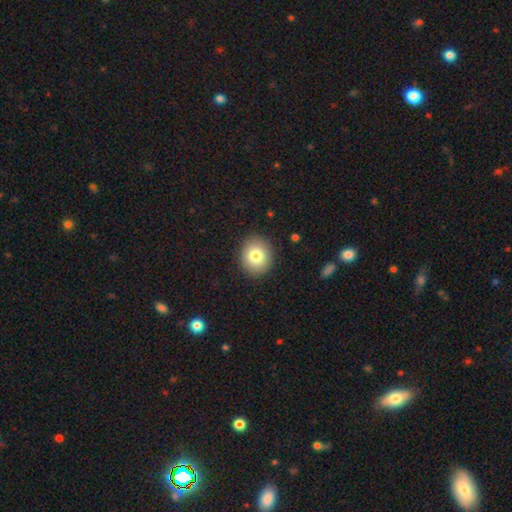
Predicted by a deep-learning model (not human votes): Smooth or featured: smooth — 80% (featured or disk — 11%)
How rounded: round — 72% (in between — 27%)
Merging: none — 89% (minor disturbance — 7%)